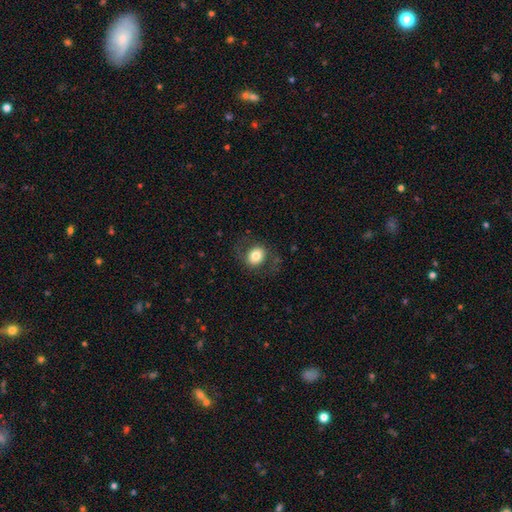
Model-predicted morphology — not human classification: This is likely a smooth galaxy (72%). How rounded: possibly round (58%). Merging: likely none (74%).